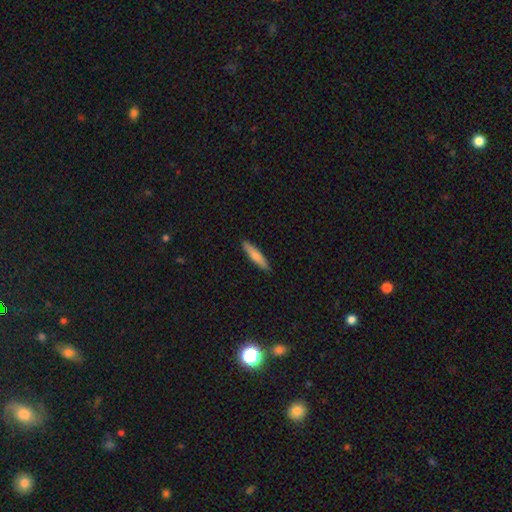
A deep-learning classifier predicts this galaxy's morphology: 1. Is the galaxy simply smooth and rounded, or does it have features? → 71% smooth, 24% featured or disk, 5% star or artifact.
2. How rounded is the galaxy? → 84% cigar-shaped, 14% in between, 2% round.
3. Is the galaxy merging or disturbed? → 90% none, 8% minor disturbance, 1% major disturbance, 1% merger.